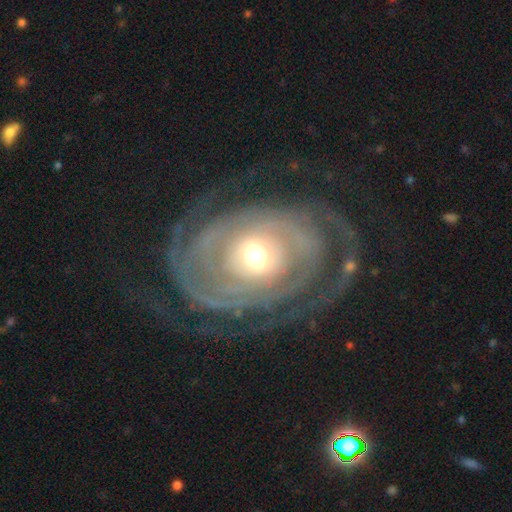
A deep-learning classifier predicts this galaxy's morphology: Overall: featured or disk (87%). Edge-on disk: no (96%). Bar: no (62%; weak 26%). Spiral arms: yes (90%). Spiral arm count: 2 (36%; can't tell 30%). Spiral winding: tight (67%). Bulge size: moderate (63%; small 25%). Merging: none (68%).